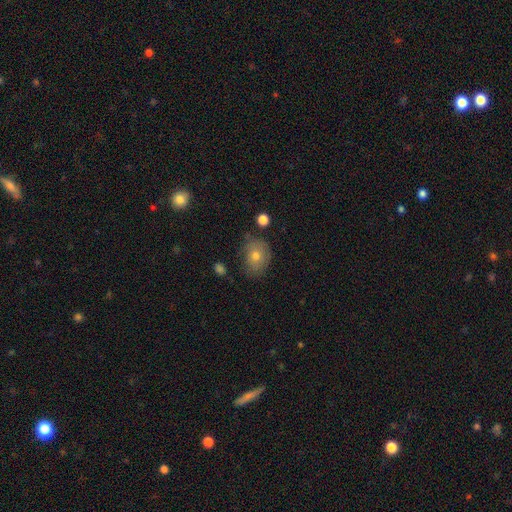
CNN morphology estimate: A smooth galaxy with no disk features (72%) that is in between round and cigar-shaped (56%). Merging: none (69%).